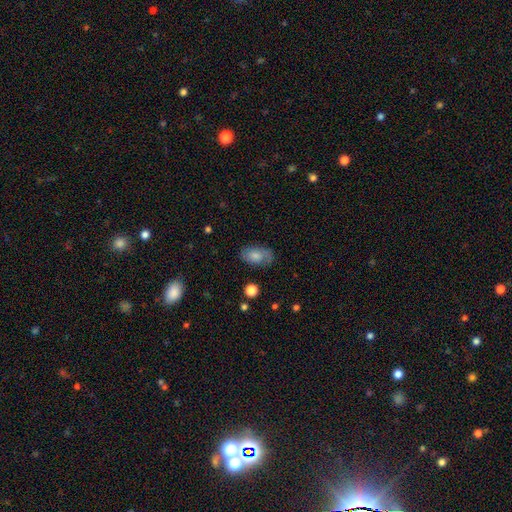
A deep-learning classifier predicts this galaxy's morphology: smooth-or-featured: smooth: 67% | featured or disk: 24% | star or artifact: 8%
  how-rounded: in between: 91% | round: 7% | cigar-shaped: 2%
  merging: none: 73% | minor disturbance: 19% | major disturbance: 6% | merger: 2%